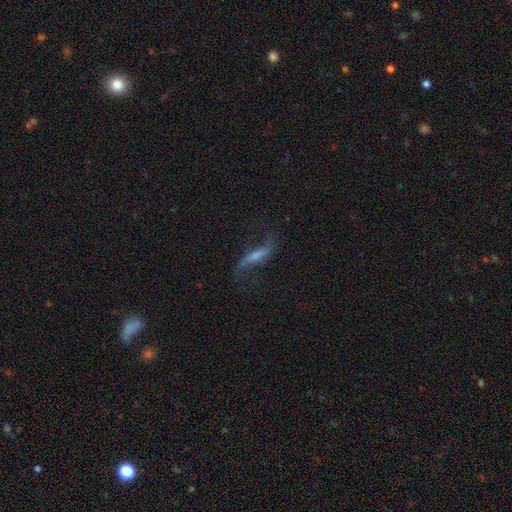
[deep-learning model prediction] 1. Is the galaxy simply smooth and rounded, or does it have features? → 76% featured or disk, 14% smooth, 9% star or artifact.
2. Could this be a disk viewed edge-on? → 77% no, 23% yes.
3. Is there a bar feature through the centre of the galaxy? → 38% strong, 37% weak, 25% no.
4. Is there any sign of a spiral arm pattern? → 92% yes, 8% no.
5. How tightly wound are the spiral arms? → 91% loose, 7% medium, 3% tight.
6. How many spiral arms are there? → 91% 2, 3% 1, 2% can't tell, 1% 3, 1% 4, 1% more than 4.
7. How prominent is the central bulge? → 39% small, 28% moderate, 25% none, 6% large, 2% dominant.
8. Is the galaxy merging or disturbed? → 71% none, 15% minor disturbance, 12% major disturbance, 2% merger.